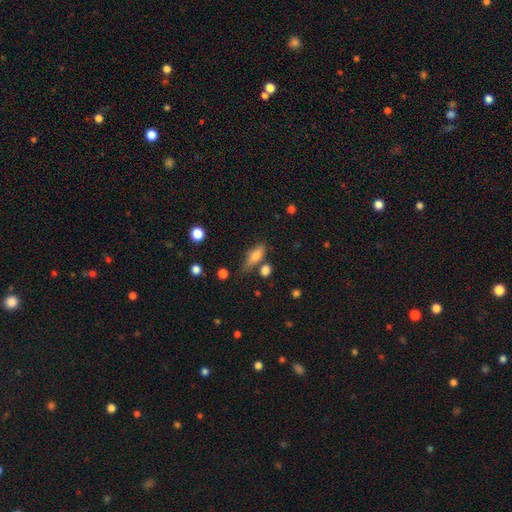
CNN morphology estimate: Smooth or featured?
  - smooth: 72% *
  - featured or disk: 19%
  - star or artifact: 9%
How rounded?
  - in between: 61% *
  - cigar-shaped: 34%
  - round: 5%
Merging?
  - none: 59% *
  - minor disturbance: 21%
  - merger: 12%
  - major disturbance: 7%